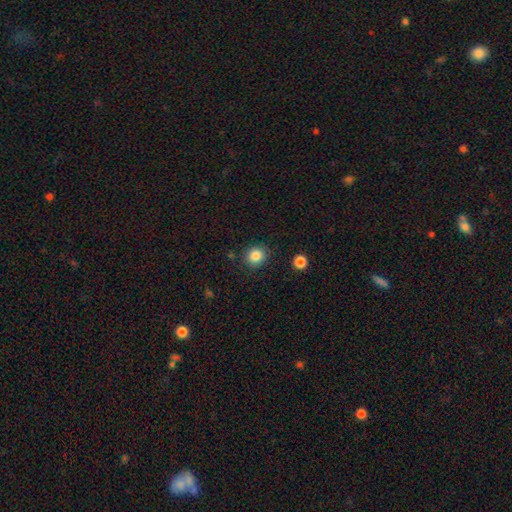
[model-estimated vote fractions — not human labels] Overall: smooth (85%). How rounded: round (86%). Merging: none (87%).